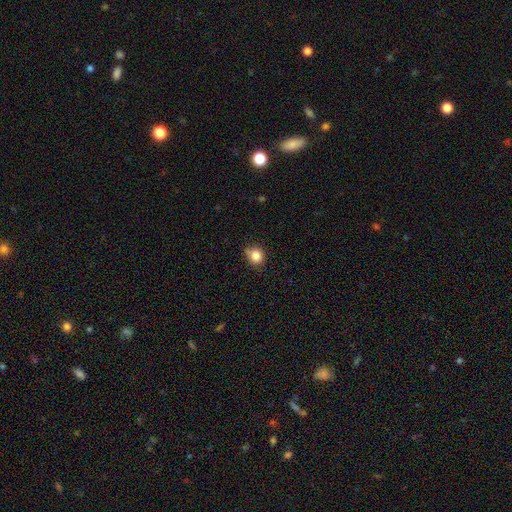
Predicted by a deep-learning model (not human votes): Smooth or featured: smooth — 84% (star or artifact — 11%)
How rounded: round — 80% (in between — 19%)
Merging: none — 66% (minor disturbance — 25%)